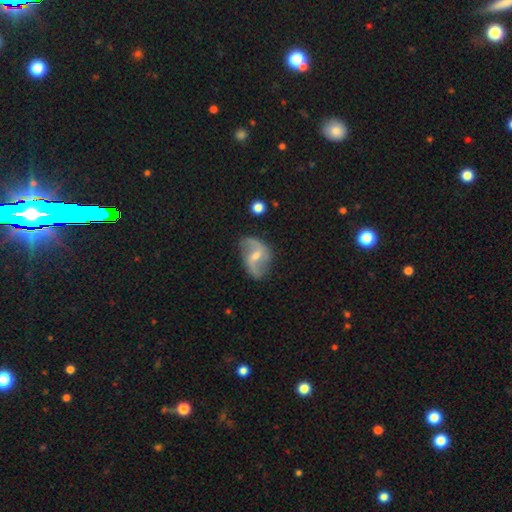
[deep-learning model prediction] Smooth or featured: featured or disk — 85% (smooth — 9%)
Edge-on disk: no — 97% (yes — 3%)
Bar: weak — 49% (strong — 26%)
Spiral arms: yes — 95% (no — 5%)
Spiral winding: loose — 69% (medium — 25%)
Spiral arm count: 2 — 92% (can't tell — 3%)
Bulge size: small — 51% (moderate — 43%)
Merging: none — 75% (minor disturbance — 17%)